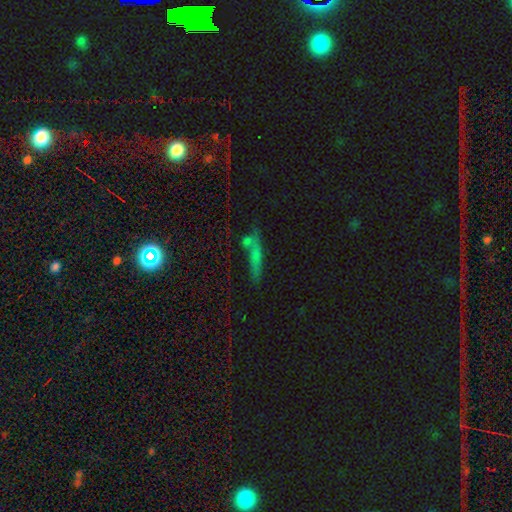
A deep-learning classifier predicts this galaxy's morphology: smooth_or_featured: smooth (p=0.57) [alt: featured or disk p=0.24]
how_rounded: cigar-shaped (p=0.79) [alt: in between p=0.16]
merging: none (p=0.60) [alt: merger p=0.18]